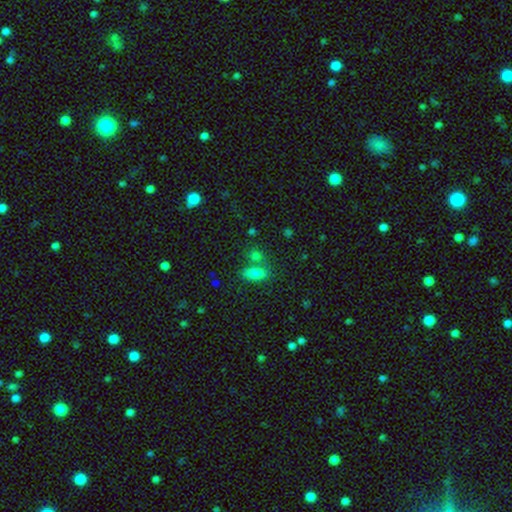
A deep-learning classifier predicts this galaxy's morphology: smooth 76%, star or artifact 15%, featured or disk 9%. Down the decision tree: how rounded — in between (64%); merging — none (52%).